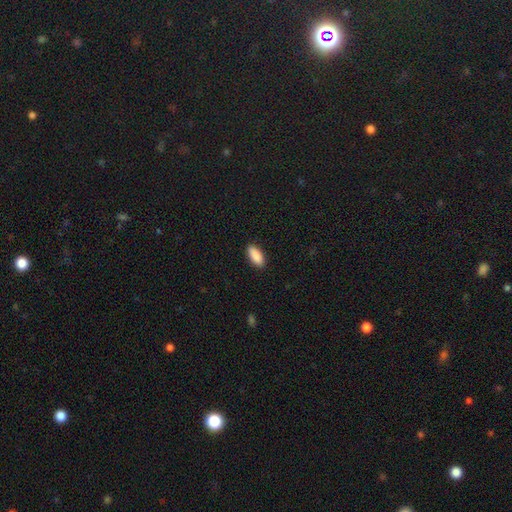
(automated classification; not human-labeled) A smooth galaxy with no disk features (90%) that is in between round and cigar-shaped (86%).

Vote fractions:
- Smooth or featured? smooth: 90% / star or artifact: 6% / featured or disk: 3%
- How rounded? in between: 86% / cigar-shaped: 12% / round: 2%
- Merging? none: 89% / minor disturbance: 8% / major disturbance: 2% / merger: 1%